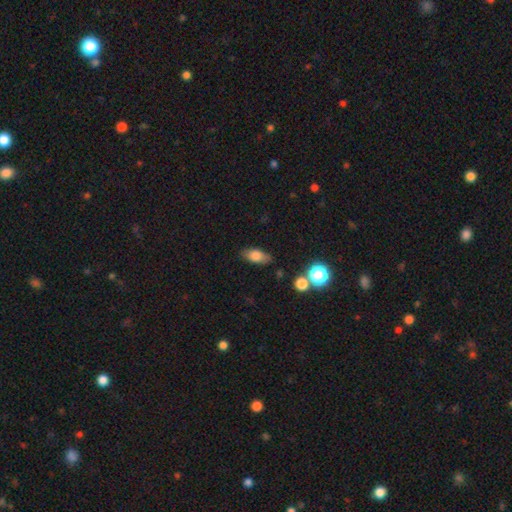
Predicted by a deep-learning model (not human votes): This appears to be a smooth galaxy with no disk features (77%) that is in between round and cigar-shaped (84%). Merging: none (80%).